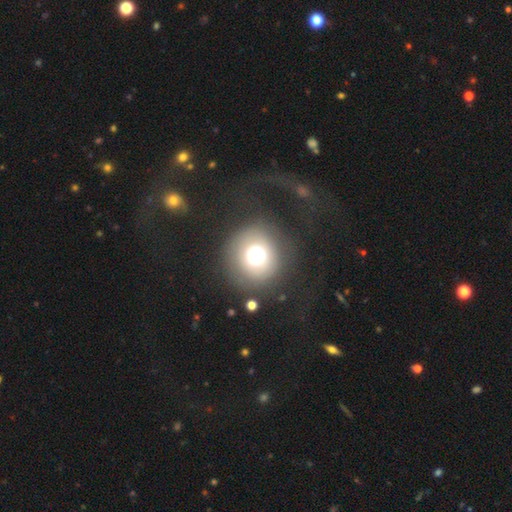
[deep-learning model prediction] This appears to be a smooth galaxy with no disk features (69%) that is round (93%). Merging: none (69%).